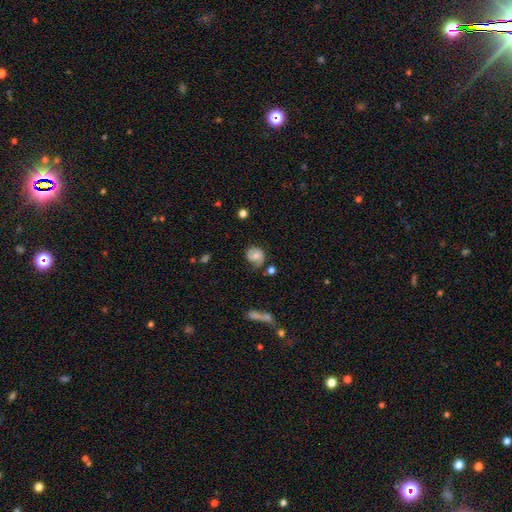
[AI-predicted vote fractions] Smooth or featured? Predicted: smooth (p=0.54). How rounded? Predicted: round (p=0.64). Merging? Predicted: none (p=0.53).